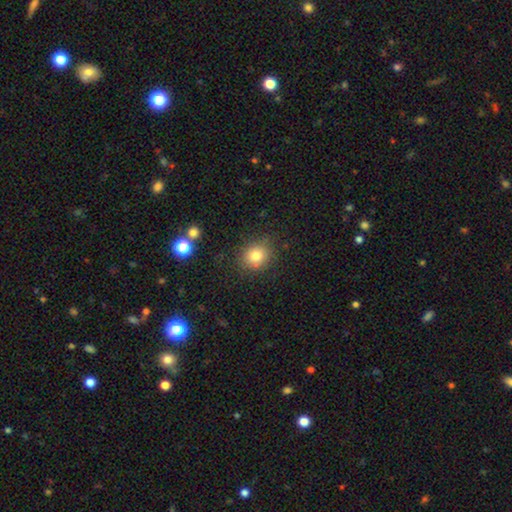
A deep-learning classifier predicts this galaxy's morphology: The model was most divided on "how rounded": round: 74%, in between: 26%, cigar-shaped: 1%. More confident: merging — none (82%); smooth or featured — smooth (80%).